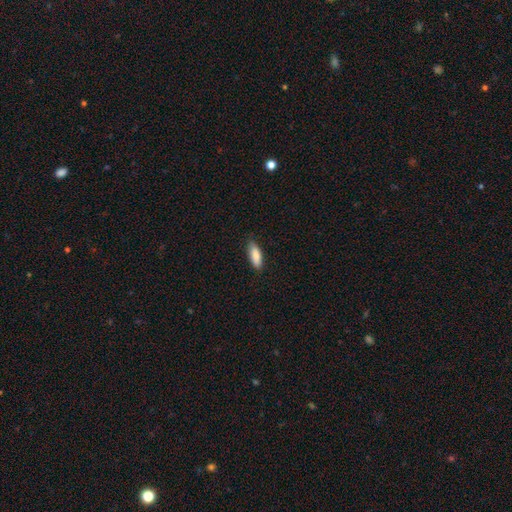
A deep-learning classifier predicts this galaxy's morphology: Smooth or featured? smooth (86%)
How rounded? in between (69%)
Merging? none (83%)